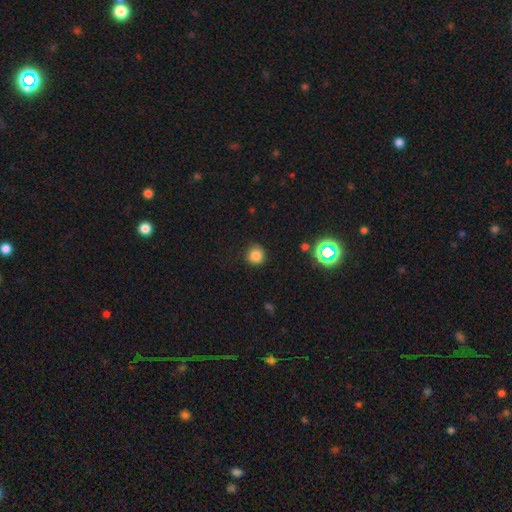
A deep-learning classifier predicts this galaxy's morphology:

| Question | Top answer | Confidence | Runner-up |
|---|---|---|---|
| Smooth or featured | smooth | 81% | star or artifact (14%) |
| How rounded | round | 90% | in between (9%) |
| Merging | none | 84% | minor disturbance (12%) |